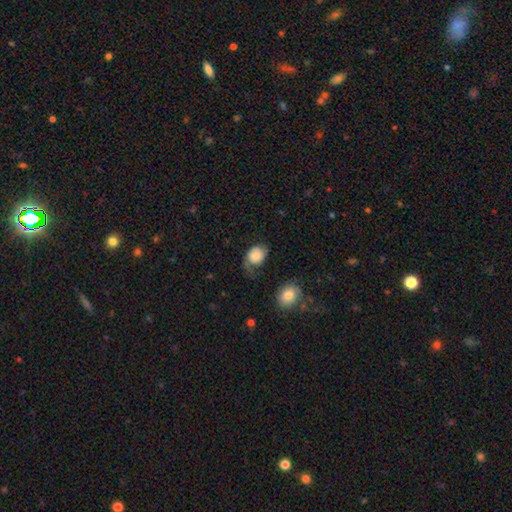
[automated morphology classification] smooth 71%, featured or disk 21%, star or artifact 8%. Down the decision tree: how rounded — in between (53%); merging — none (33%).